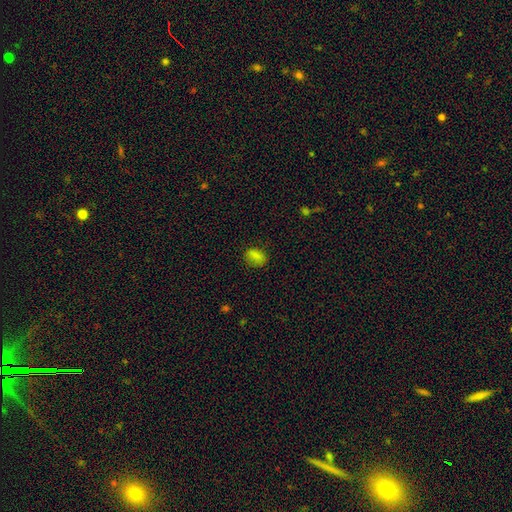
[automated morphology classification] Smooth or featured? Predicted: smooth (p=0.80). How rounded? Predicted: in between (p=0.82). Merging? Predicted: none (p=0.75).